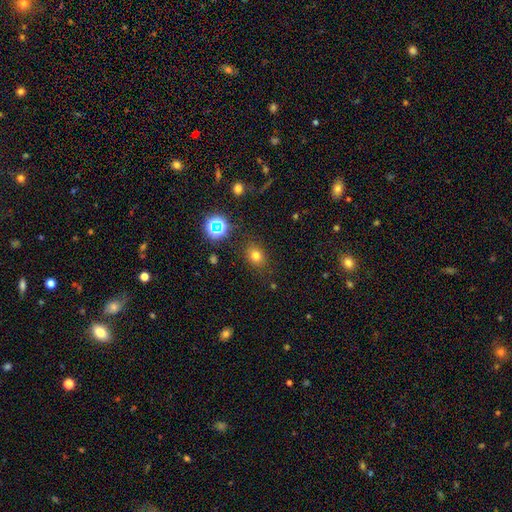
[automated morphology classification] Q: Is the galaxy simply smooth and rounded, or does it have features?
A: smooth — 72%.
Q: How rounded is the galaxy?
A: round — 57%.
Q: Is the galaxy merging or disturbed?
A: none — 85%.